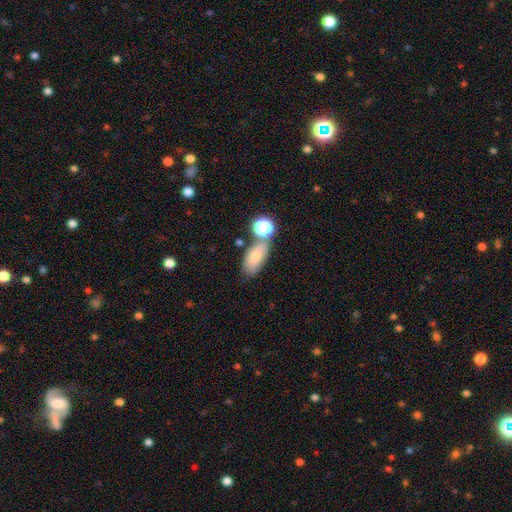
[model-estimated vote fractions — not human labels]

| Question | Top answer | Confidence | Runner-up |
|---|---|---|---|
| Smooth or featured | smooth | 75% | featured or disk (14%) |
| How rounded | in between | 86% | round (8%) |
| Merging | none | 56% | merger (20%) |